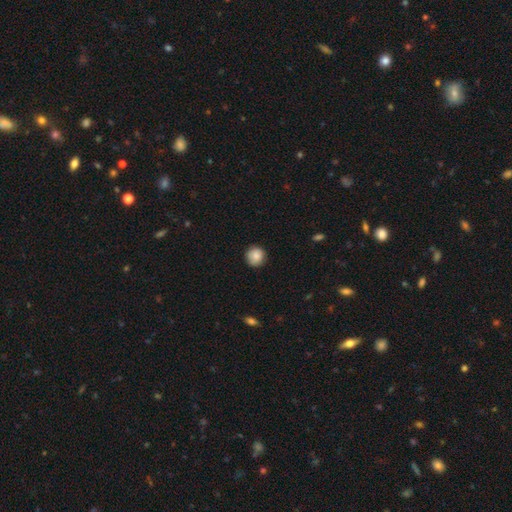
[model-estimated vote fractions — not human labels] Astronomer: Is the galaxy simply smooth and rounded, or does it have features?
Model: smooth — 86%.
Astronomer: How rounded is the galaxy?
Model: round — 93%.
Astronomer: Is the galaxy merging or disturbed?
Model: none — 88%.